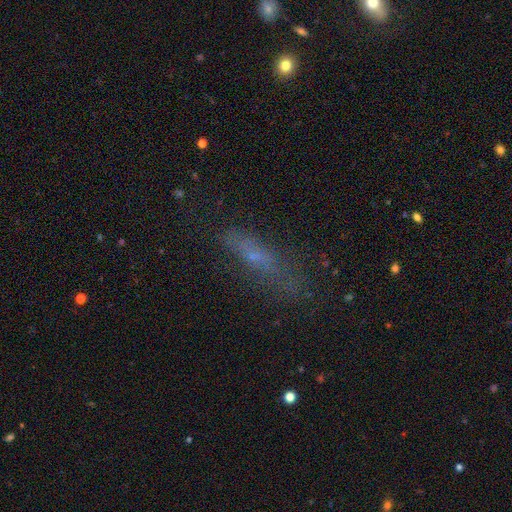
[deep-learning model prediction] A smooth galaxy with no disk features (49%).

Vote fractions:
- Smooth or featured? smooth: 49% / featured or disk: 33% / star or artifact: 18%
- Merging? none: 62% / minor disturbance: 22% / major disturbance: 13% / merger: 3%